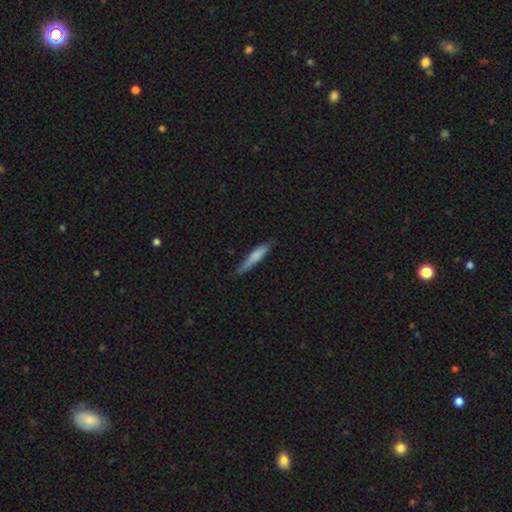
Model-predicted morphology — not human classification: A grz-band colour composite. It shows a smooth galaxy with no disk features (75%) that is cigar-shaped (88%). Merging: none (72%).